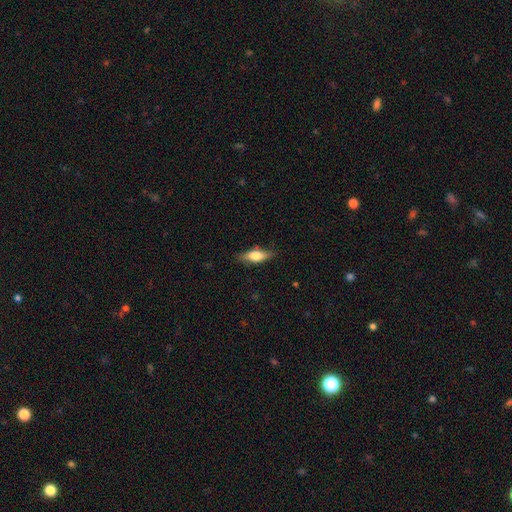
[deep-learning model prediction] Q: Smooth or featured?
A: smooth (61%); runner-up: featured or disk (32%)
Q: How rounded?
A: in between (60%); runner-up: cigar-shaped (36%)
Q: Merging?
A: none (80%); runner-up: minor disturbance (15%)